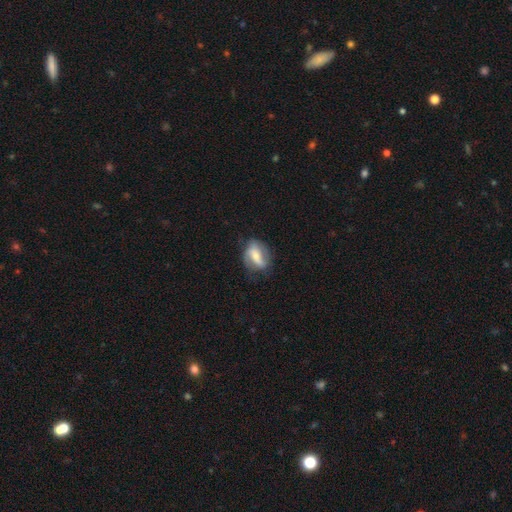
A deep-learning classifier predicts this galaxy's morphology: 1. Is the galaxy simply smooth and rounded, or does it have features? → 58% featured or disk, 34% smooth, 7% star or artifact.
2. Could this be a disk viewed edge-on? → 93% no, 7% yes.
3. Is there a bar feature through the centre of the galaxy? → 42% strong, 34% weak, 23% no.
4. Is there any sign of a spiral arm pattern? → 77% yes, 23% no.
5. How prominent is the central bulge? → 47% moderate, 40% small, 7% large, 5% none, 2% dominant.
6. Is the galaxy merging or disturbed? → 64% none, 24% minor disturbance, 11% major disturbance, 1% merger.